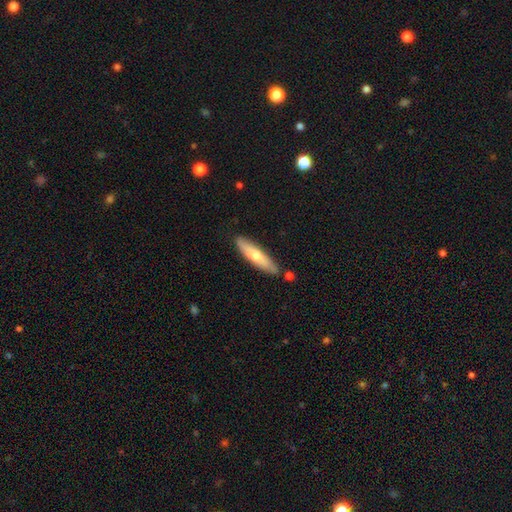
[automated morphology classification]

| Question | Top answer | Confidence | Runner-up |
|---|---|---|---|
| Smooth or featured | smooth | 51% | featured or disk (42%) |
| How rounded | cigar-shaped | 79% | in between (20%) |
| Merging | none | 84% | minor disturbance (11%) |